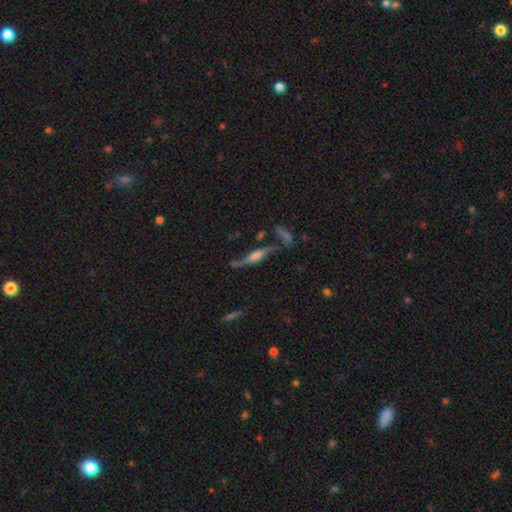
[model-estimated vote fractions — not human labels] smooth_or_featured: featured or disk (p=0.70) [alt: smooth p=0.21]
disk_edge_on: yes (p=0.74) [alt: no p=0.26]
edge_on_bulge: rounded (p=0.57) [alt: boxy p=0.30]
merging: none (p=0.60) [alt: minor disturbance p=0.20]